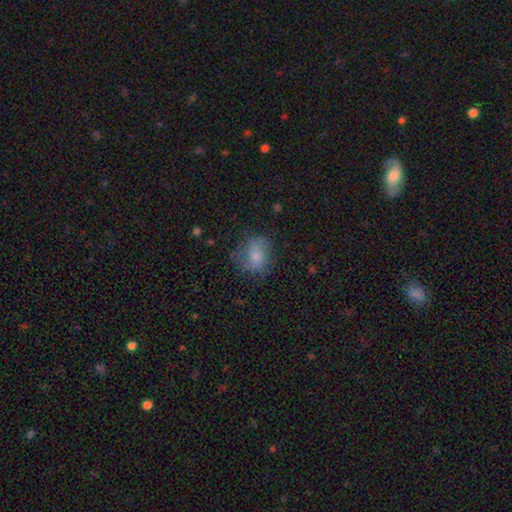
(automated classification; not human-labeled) This is likely a smooth galaxy (64%). How rounded: possibly in between (54%). Merging: possibly none (60%).